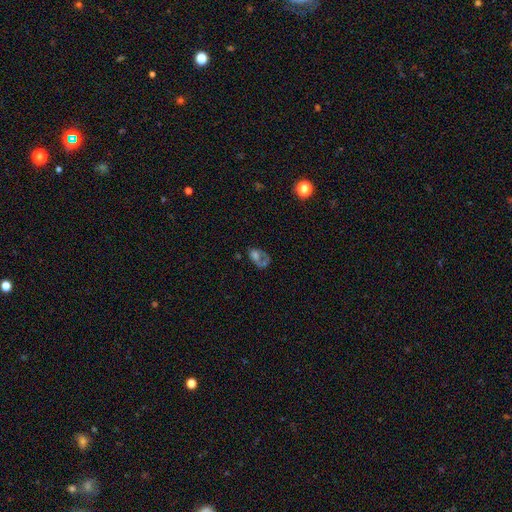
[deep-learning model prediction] This is marginally a featured or disk galaxy (42%). Merging: marginally major disturbance (36%).